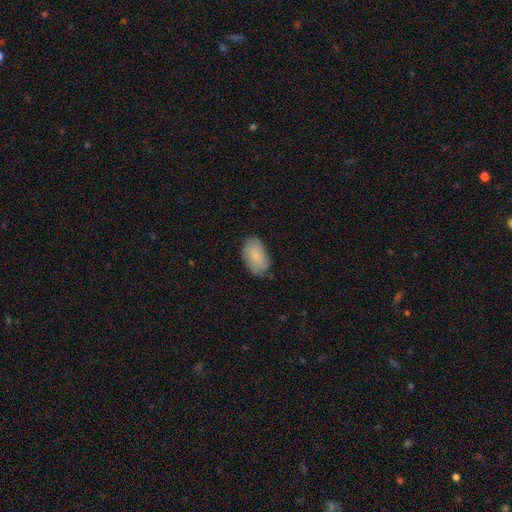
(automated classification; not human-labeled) Morphology: type=smooth (73%); roundness=in between (94%); merging=none (68%).